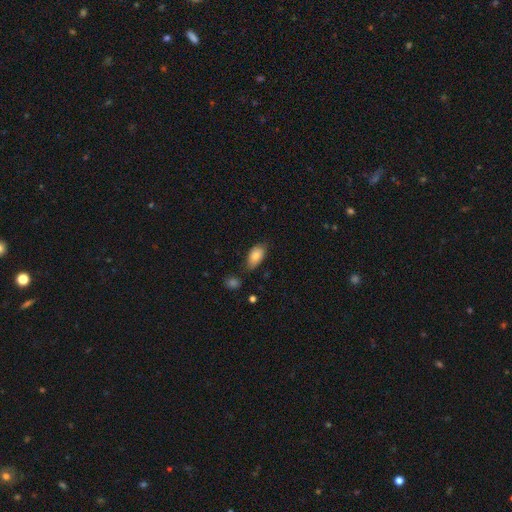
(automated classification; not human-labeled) Overall: smooth (83%). How rounded: in between (92%). Merging: none (67%).